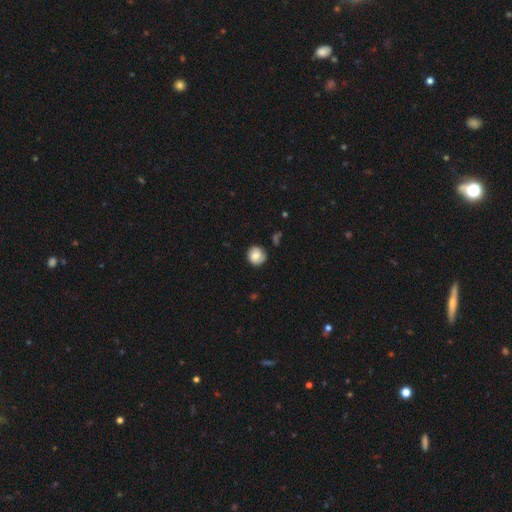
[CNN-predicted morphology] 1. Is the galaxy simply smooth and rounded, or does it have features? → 71% smooth, 22% featured or disk, 8% star or artifact.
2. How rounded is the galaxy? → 89% round, 10% in between, 1% cigar-shaped.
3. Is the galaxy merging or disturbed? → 78% none, 17% minor disturbance, 4% major disturbance, 2% merger.